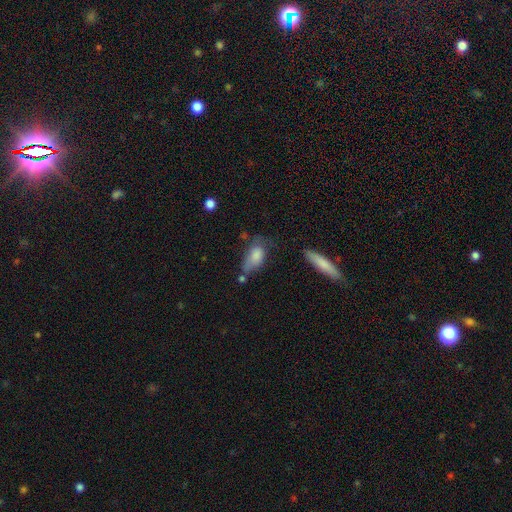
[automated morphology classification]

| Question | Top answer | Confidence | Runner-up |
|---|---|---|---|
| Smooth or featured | smooth | 77% | featured or disk (15%) |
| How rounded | in between | 87% | cigar-shaped (7%) |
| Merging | minor disturbance | 34% | none (33%) |